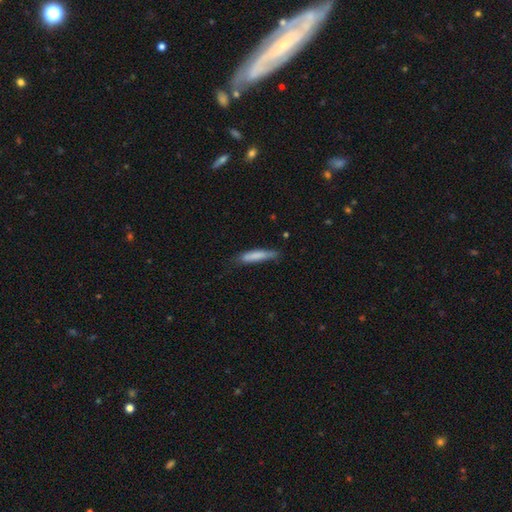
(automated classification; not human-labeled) Smooth or featured?
  - smooth: 77% *
  - featured or disk: 17%
  - star or artifact: 6%
How rounded?
  - cigar-shaped: 84% *
  - in between: 15%
  - round: 1%
Merging?
  - none: 65% *
  - minor disturbance: 27%
  - major disturbance: 6%
  - merger: 2%